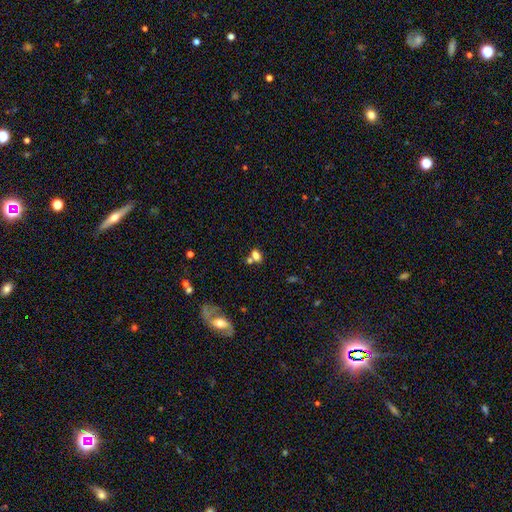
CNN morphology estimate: Overall: smooth (72%). How rounded: in between (68%; round 29%). Merging: none (48%; merger 35%).